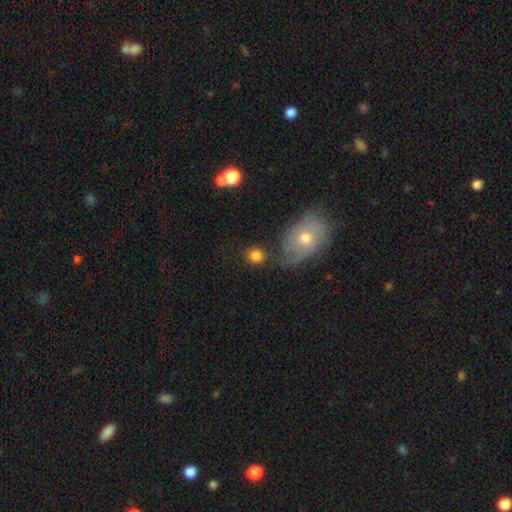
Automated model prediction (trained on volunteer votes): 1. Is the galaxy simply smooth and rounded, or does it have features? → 82% smooth, 9% star or artifact, 9% featured or disk.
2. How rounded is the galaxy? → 84% round, 15% in between, 1% cigar-shaped.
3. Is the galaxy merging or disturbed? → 71% none, 12% minor disturbance, 11% merger, 5% major disturbance.